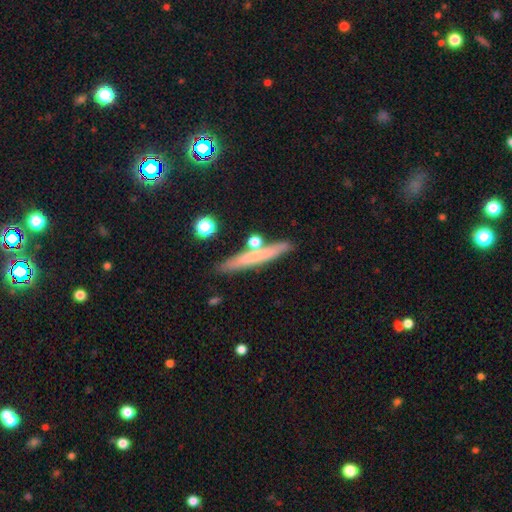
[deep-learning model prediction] Smooth or featured: smooth — 58% (featured or disk — 34%)
How rounded: cigar-shaped — 94% (in between — 4%)
Merging: none — 80% (minor disturbance — 10%)